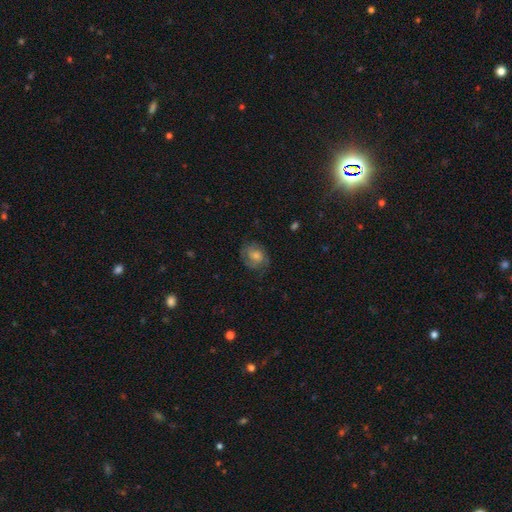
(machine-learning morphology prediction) A featured or disk galaxy (50%). Merging: none (72%).